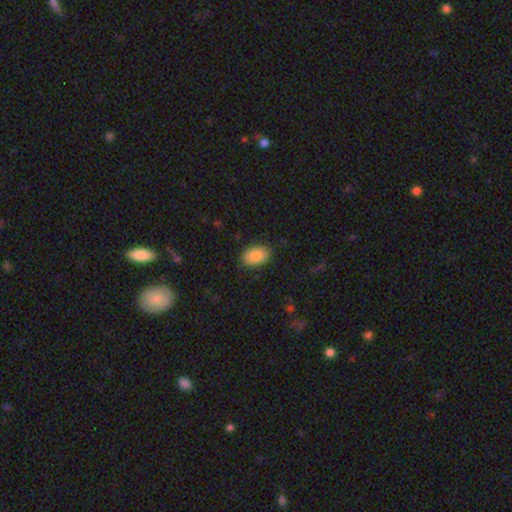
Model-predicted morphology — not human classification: Smooth or featured? smooth (88%)
How rounded? in between (90%)
Merging? none (84%)